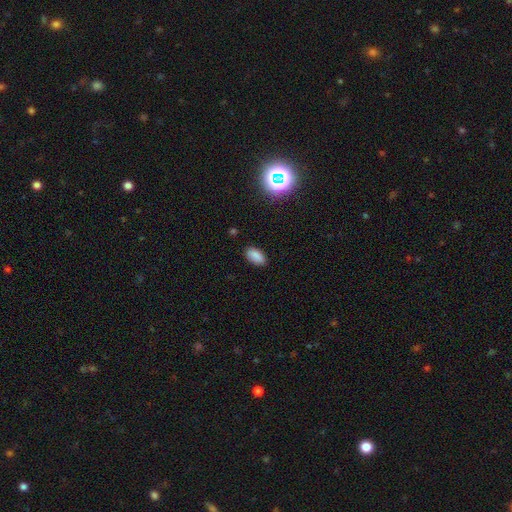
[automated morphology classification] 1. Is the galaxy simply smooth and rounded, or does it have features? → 83% smooth, 12% star or artifact, 5% featured or disk.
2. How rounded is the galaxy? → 93% in between, 4% round, 3% cigar-shaped.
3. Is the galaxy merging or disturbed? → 86% none, 11% minor disturbance, 2% major disturbance, 1% merger.